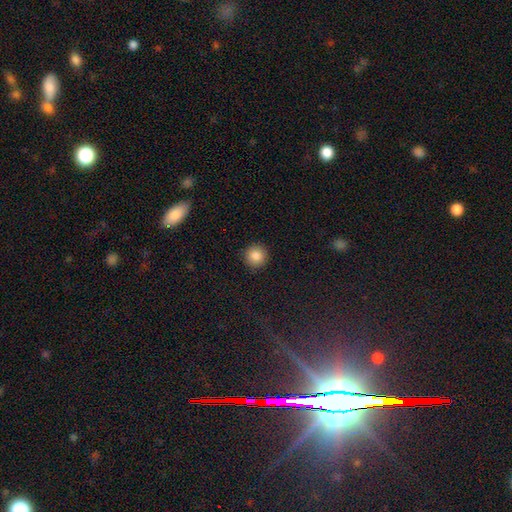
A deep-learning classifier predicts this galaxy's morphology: A smooth galaxy with no disk features (85%) that is round (95%).

Vote fractions:
- Smooth or featured? smooth: 85% / star or artifact: 10% / featured or disk: 5%
- How rounded? round: 95% / in between: 4% / cigar-shaped: 1%
- Merging? none: 92% / minor disturbance: 5% / major disturbance: 2% / merger: 1%